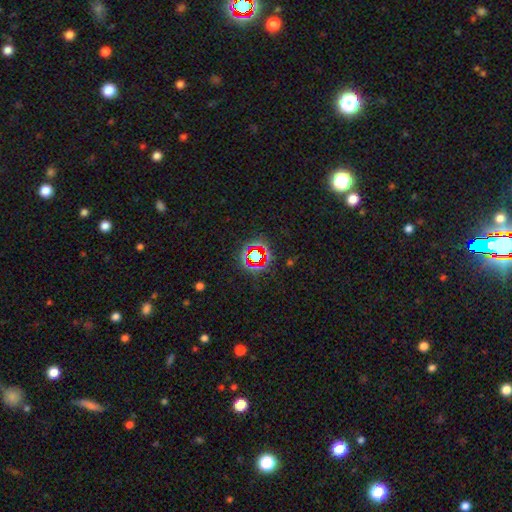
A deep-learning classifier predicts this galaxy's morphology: A star or artifact, not a galaxy (70%).

Vote fractions:
- Smooth or featured? star or artifact: 70% / smooth: 19% / featured or disk: 11%